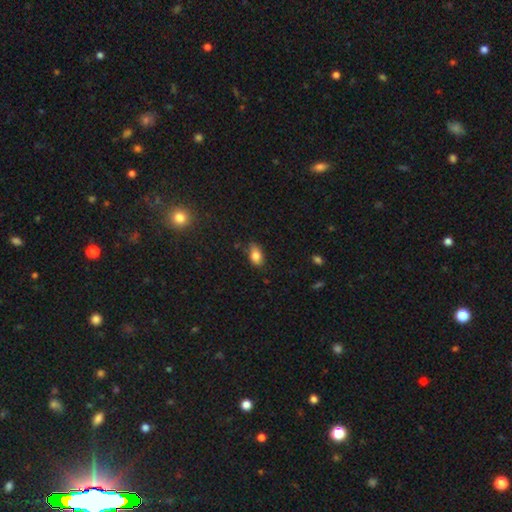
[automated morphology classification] smooth 83%, featured or disk 9%, star or artifact 8%. Down the decision tree: how rounded — in between (90%); merging — none (75%).